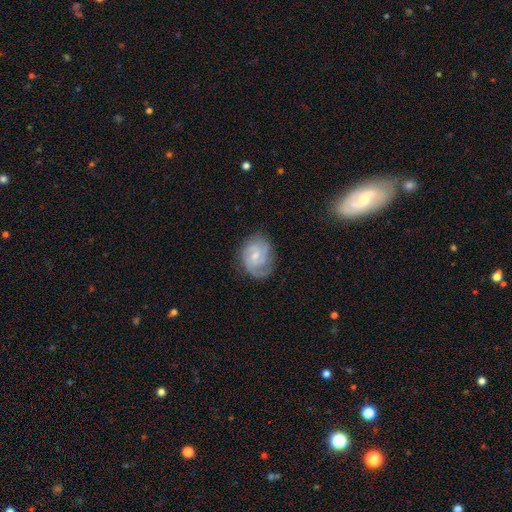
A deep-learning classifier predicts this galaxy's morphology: smooth_or_featured: featured or disk (p=0.80) [alt: smooth p=0.15]
disk_edge_on: no (p=0.98) [alt: yes p=0.02]
bar: weak (p=0.48) [alt: no p=0.46]
has_spiral_arms: yes (p=0.96) [alt: no p=0.04]
spiral_winding: tight (p=0.55) [alt: medium p=0.37]
spiral_arm_count: 2 (p=0.45) [alt: 3 p=0.24]
bulge_size: small (p=0.53) [alt: moderate p=0.38]
merging: none (p=0.72) [alt: minor disturbance p=0.19]